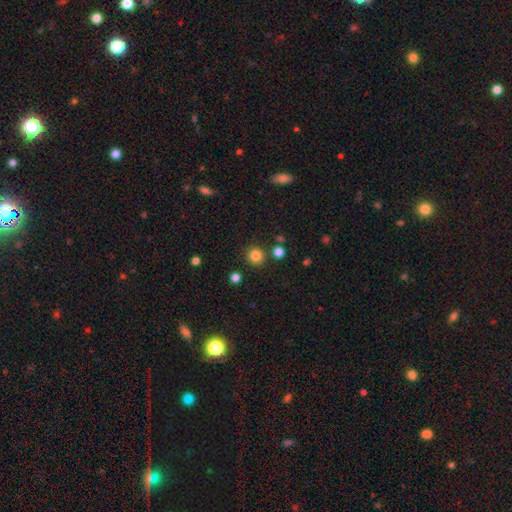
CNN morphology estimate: Overall: smooth (83%). How rounded: round (94%). Merging: none (87%).